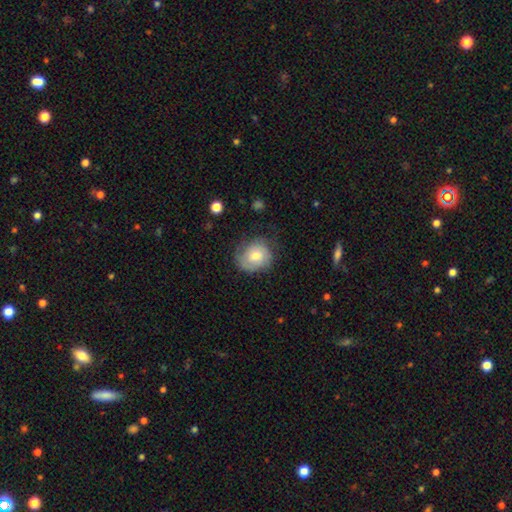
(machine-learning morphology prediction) This appears to be a smooth galaxy with no disk features (59%) that is round (72%). Merging: none (61%).